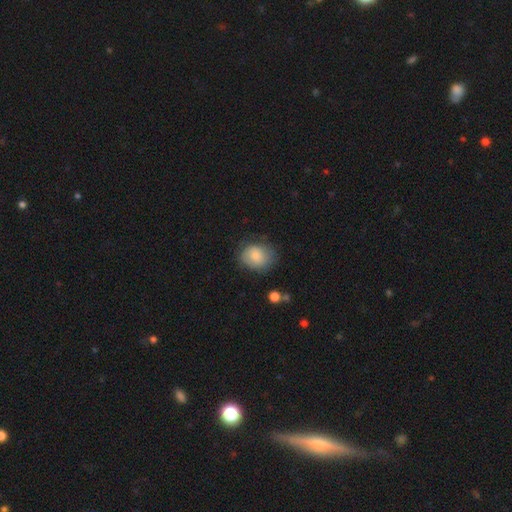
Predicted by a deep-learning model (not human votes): This appears to be a smooth galaxy with no disk features (78%) that is round (51%). Merging: none (66%).